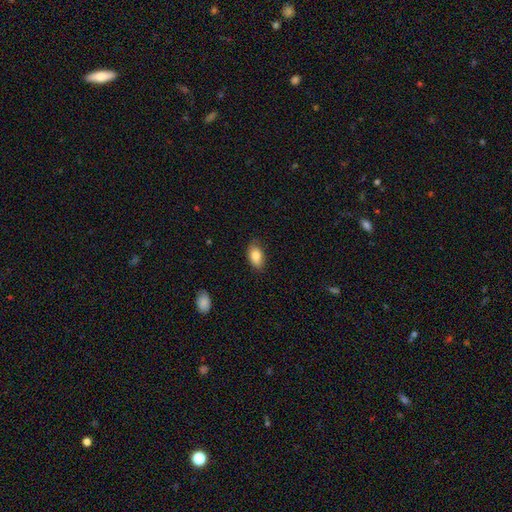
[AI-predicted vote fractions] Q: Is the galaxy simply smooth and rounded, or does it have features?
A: smooth — 84%.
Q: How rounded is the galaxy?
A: in between — 91%.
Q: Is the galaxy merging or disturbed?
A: none — 81%.